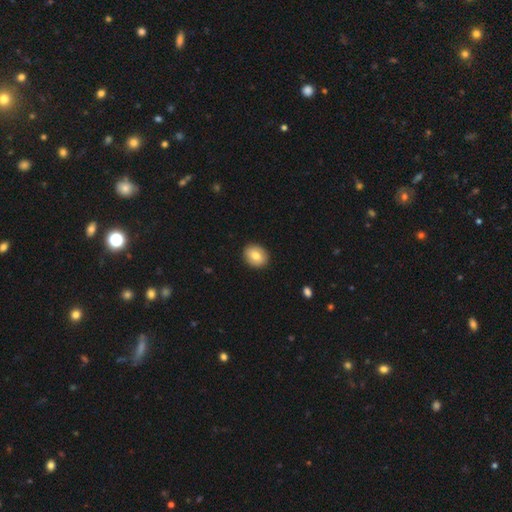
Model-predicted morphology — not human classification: A smooth galaxy with no disk features (80%) that is round (58%).

Vote fractions:
- Smooth or featured? smooth: 80% / featured or disk: 13% / star or artifact: 8%
- How rounded? round: 58% / in between: 41% / cigar-shaped: 1%
- Merging? none: 91% / minor disturbance: 7% / major disturbance: 2% / merger: 1%